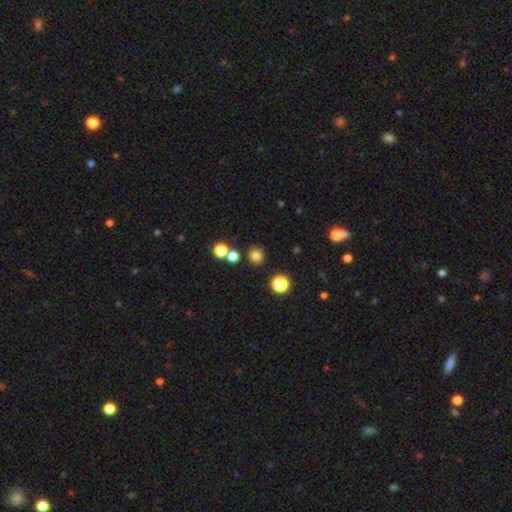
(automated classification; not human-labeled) This appears to be a smooth galaxy with no disk features (78%) that is round (83%). Merging: none (82%).